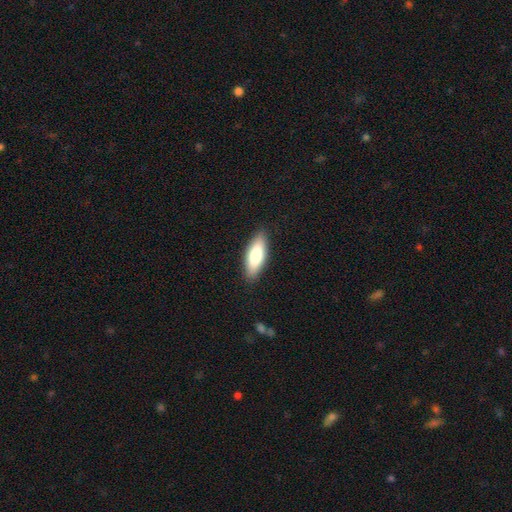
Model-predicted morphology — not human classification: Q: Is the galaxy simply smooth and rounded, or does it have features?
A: smooth — 79%.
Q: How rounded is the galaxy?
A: in between — 64%.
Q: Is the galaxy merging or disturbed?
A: none — 88%.